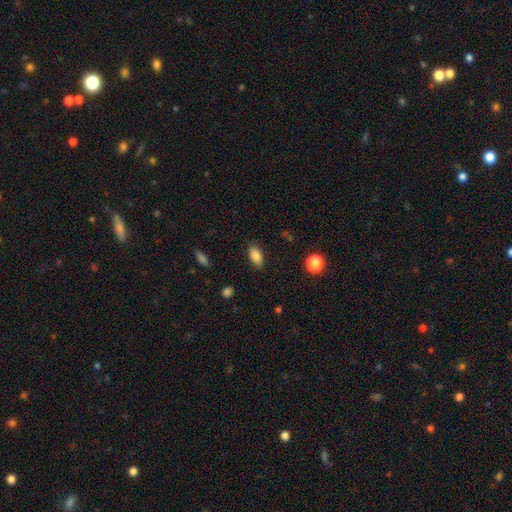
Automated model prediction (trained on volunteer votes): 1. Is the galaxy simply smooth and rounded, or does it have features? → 85% smooth, 8% star or artifact, 7% featured or disk.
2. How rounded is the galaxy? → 88% in between, 8% cigar-shaped, 4% round.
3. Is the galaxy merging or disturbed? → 84% none, 12% minor disturbance, 3% major disturbance, 1% merger.